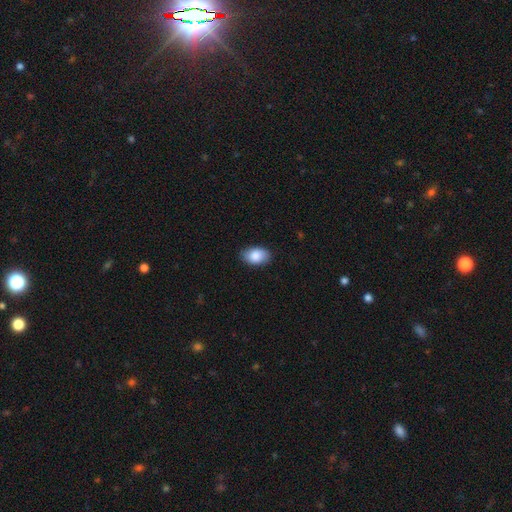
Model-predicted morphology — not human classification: Smooth or featured? Predicted: smooth (p=0.86). How rounded? Predicted: in between (p=0.89). Merging? Predicted: none (p=0.85).